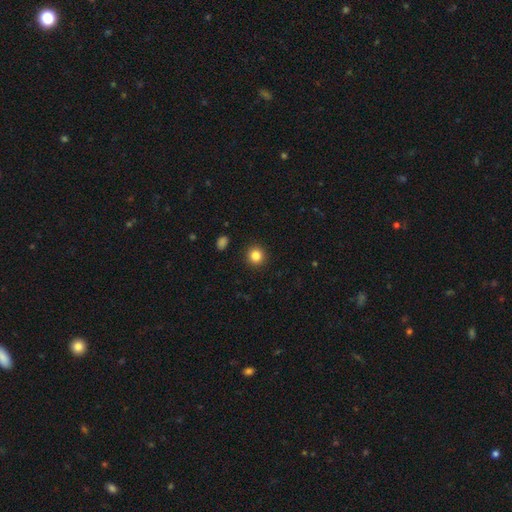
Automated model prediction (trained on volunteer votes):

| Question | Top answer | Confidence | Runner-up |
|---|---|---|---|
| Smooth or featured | smooth | 84% | star or artifact (11%) |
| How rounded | round | 94% | in between (5%) |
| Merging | none | 92% | minor disturbance (5%) |